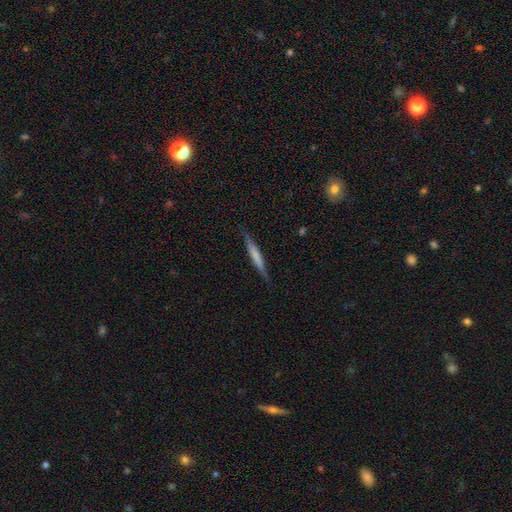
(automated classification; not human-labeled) Q: Smooth or featured?
A: smooth (50%); runner-up: featured or disk (44%)
Q: How rounded?
A: cigar-shaped (94%); runner-up: in between (4%)
Q: Merging?
A: none (83%); runner-up: minor disturbance (13%)